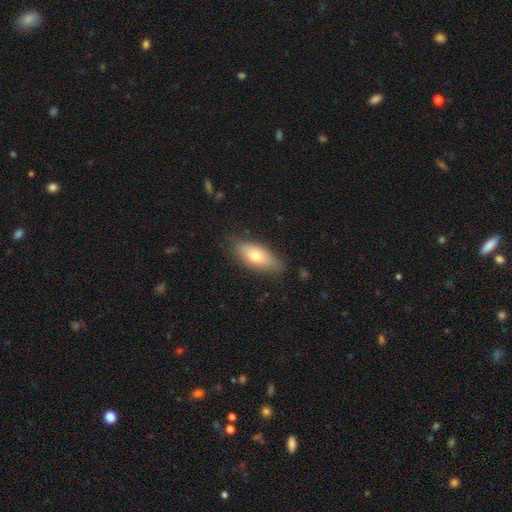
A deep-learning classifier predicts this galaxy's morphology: Q: Smooth or featured?
A: smooth (70%); runner-up: featured or disk (24%)
Q: How rounded?
A: in between (81%); runner-up: cigar-shaped (16%)
Q: Merging?
A: none (77%); runner-up: minor disturbance (18%)